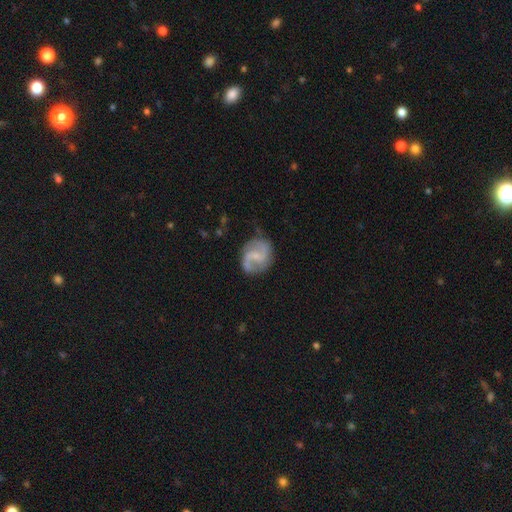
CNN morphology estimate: type=featured or disk (83%); edge-on=no (98%); bar=weak (49%); spiral arms=yes (96%); winding=medium (52%); arm count=2 (90%); bulge=small (62%); merging=none (74%).